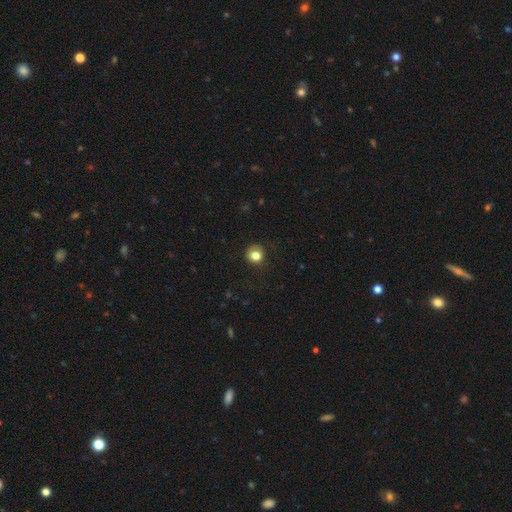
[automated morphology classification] Overall: smooth (81%). How rounded: round (85%). Merging: none (77%).